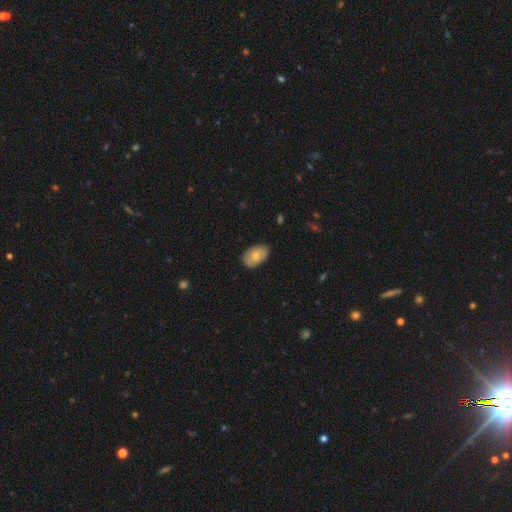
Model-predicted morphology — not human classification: Smooth or featured?
  - smooth: 69% *
  - featured or disk: 25%
  - star or artifact: 6%
How rounded?
  - in between: 90% *
  - round: 9%
  - cigar-shaped: 1%
Merging?
  - none: 76% *
  - minor disturbance: 20%
  - major disturbance: 3%
  - merger: 1%